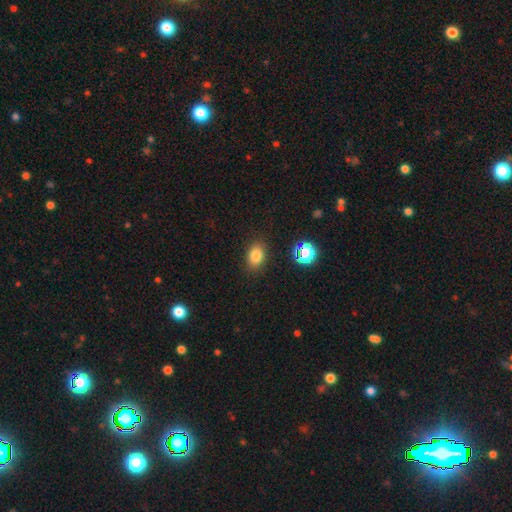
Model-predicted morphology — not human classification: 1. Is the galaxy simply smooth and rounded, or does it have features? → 81% smooth, 12% star or artifact, 6% featured or disk.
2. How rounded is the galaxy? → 74% in between, 25% round, 1% cigar-shaped.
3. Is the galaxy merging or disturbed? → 85% none, 10% minor disturbance, 3% major disturbance, 2% merger.